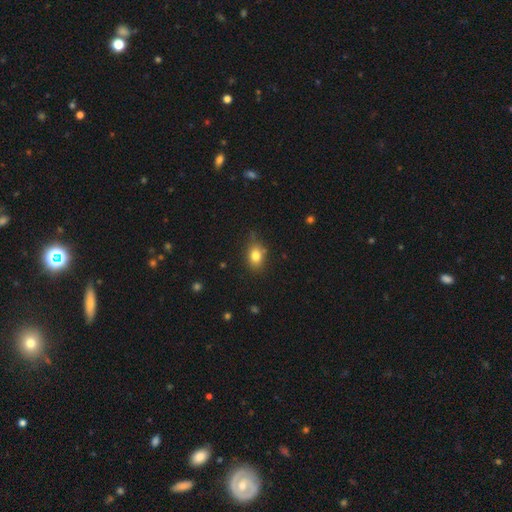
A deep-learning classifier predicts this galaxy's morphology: This appears to be a smooth galaxy with no disk features (80%) that is in between round and cigar-shaped (66%). Merging: none (72%).